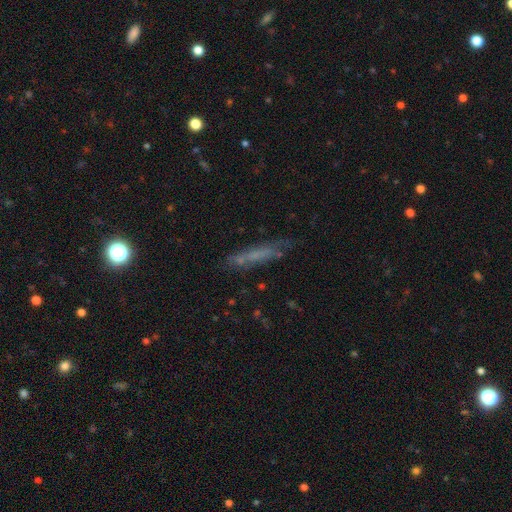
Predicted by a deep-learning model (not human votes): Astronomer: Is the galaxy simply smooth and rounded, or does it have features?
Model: smooth — 46% (runner-up: featured or disk, 39%).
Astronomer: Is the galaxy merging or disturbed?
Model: none — 67%.